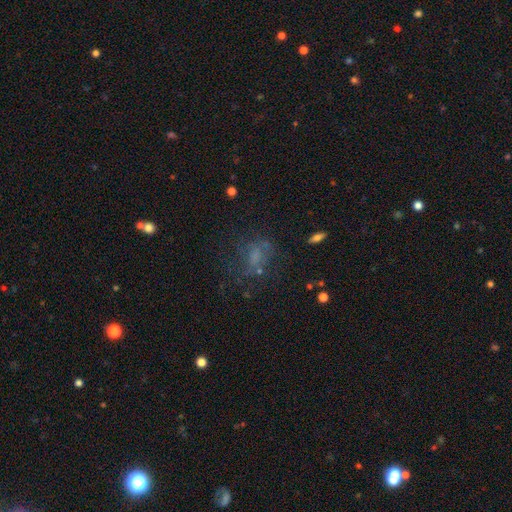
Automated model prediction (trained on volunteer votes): This appears to be a smooth galaxy with no disk features (44%). Merging: none (51%).